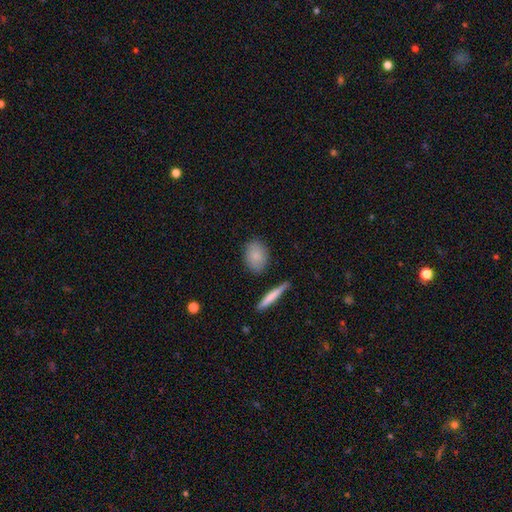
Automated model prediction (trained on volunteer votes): smooth 84%, featured or disk 10%, star or artifact 6%. Down the decision tree: how rounded — in between (75%); merging — none (82%).